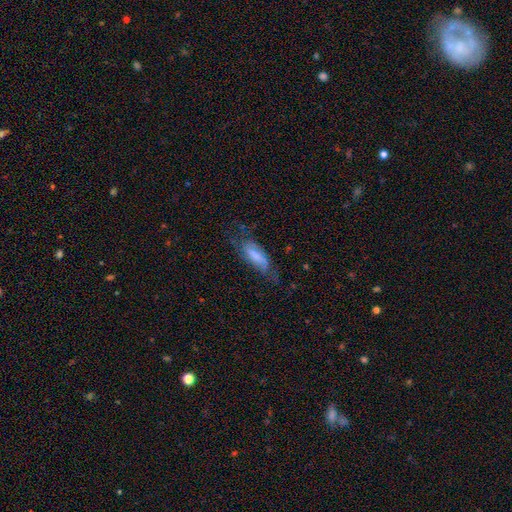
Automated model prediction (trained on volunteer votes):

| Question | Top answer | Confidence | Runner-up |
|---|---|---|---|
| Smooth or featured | smooth | 51% | featured or disk (42%) |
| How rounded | in between | 63% | cigar-shaped (35%) |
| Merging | none | 55% | minor disturbance (27%) |